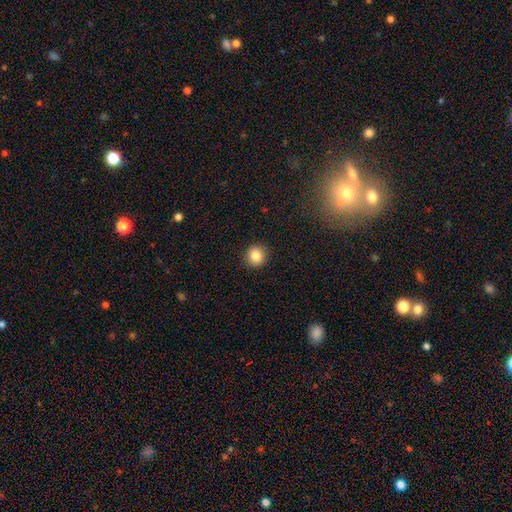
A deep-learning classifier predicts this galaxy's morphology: smooth-or-featured: smooth: 85% | star or artifact: 10% | featured or disk: 6%
  how-rounded: round: 90% | in between: 9% | cigar-shaped: 1%
  merging: none: 91% | minor disturbance: 6% | major disturbance: 2% | merger: 1%